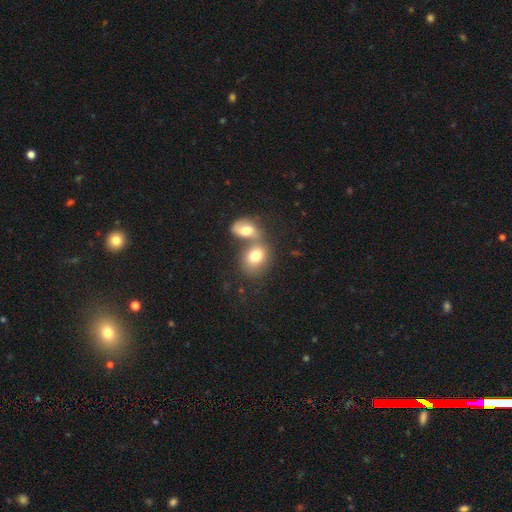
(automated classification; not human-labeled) smooth 73%, featured or disk 19%, star or artifact 8%. Down the decision tree: how rounded — in between (57%); merging — merger (62%).